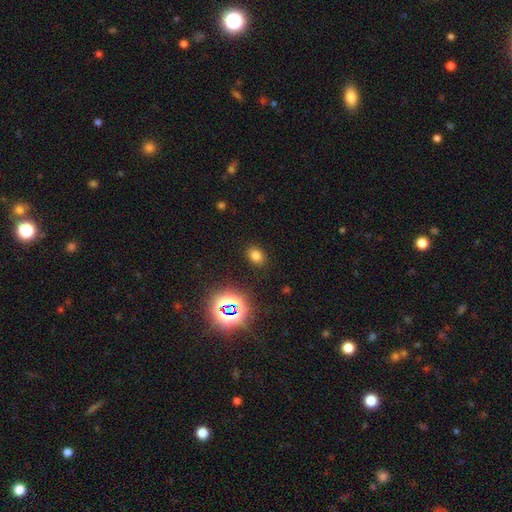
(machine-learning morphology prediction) Smooth or featured: smooth — 72% (star or artifact — 21%)
How rounded: in between — 64% (round — 34%)
Merging: none — 87% (minor disturbance — 8%)